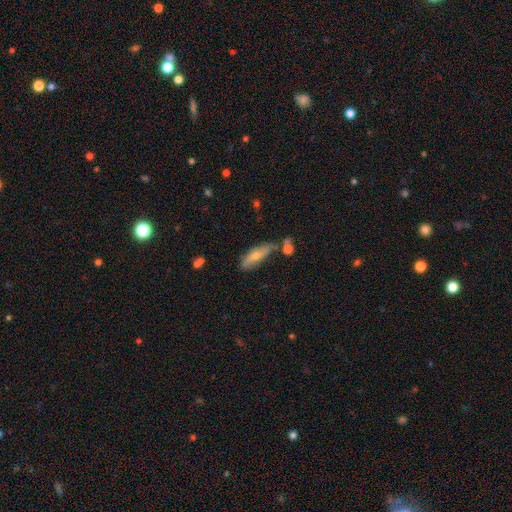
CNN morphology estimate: type=smooth (60%); roundness=cigar-shaped (54%); merging=none (53%).